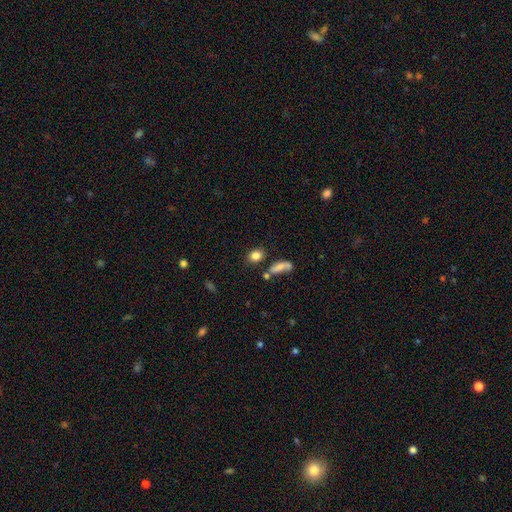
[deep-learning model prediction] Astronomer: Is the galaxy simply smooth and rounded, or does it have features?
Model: smooth — 82%.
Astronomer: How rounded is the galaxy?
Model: in between — 58% (runner-up: round, 39%).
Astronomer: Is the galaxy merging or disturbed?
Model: none — 72%.